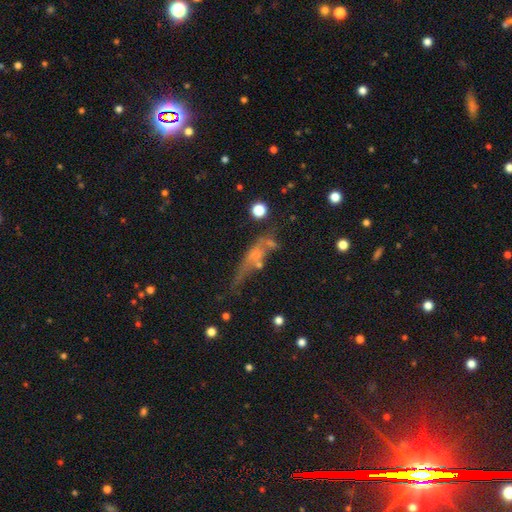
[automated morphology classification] smooth-or-featured: featured or disk: 43% | smooth: 39% | star or artifact: 18%
  merging: none: 39% | major disturbance: 23% | minor disturbance: 23% | merger: 15%